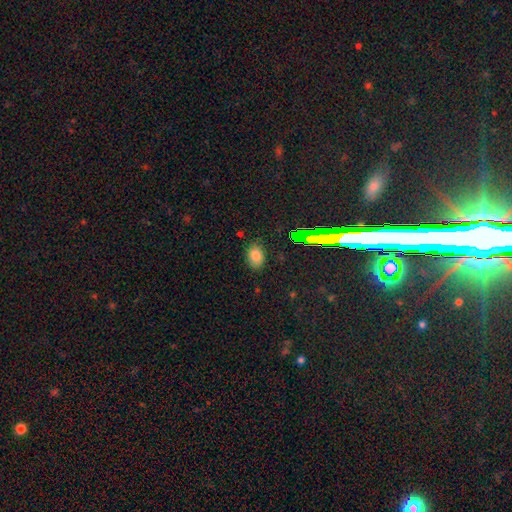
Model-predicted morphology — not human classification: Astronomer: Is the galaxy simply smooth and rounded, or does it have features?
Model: smooth — 78%.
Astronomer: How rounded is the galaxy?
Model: in between — 83%.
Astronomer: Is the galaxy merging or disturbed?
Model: none — 82%.